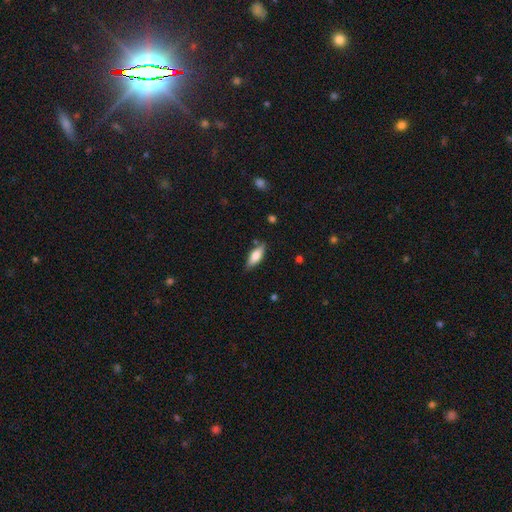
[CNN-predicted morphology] Smooth or featured? Predicted: smooth (p=0.65). How rounded? Predicted: in between (p=0.63). Merging? Predicted: none (p=0.81).